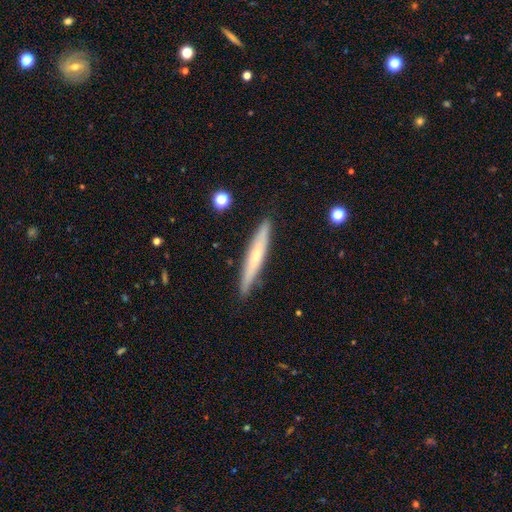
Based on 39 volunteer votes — Overall: featured or disk (56%; smooth 36%). Edge-on disk: yes (86%). Edge-on bulge: rounded (68%; none 32%). Merging: none (94%).